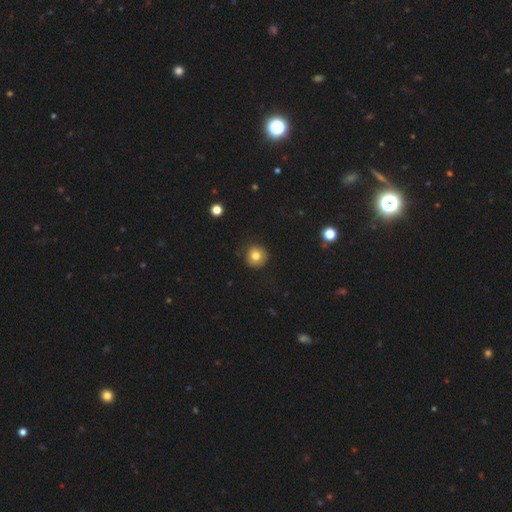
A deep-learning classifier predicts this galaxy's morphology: This appears to be a smooth galaxy with no disk features (79%) that is round (93%). Merging: none (85%).